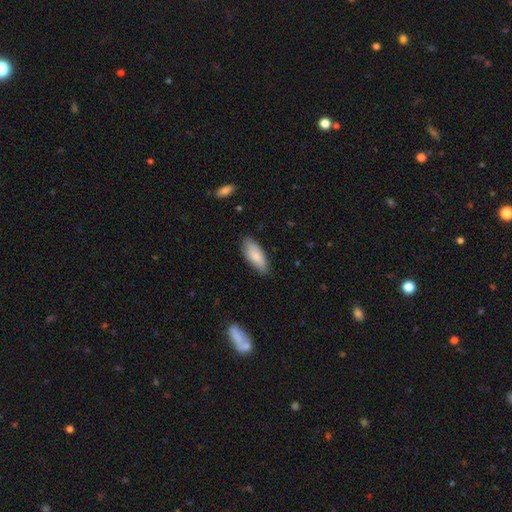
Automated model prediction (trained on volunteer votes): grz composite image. It shows a smooth galaxy with no disk features (82%) that is in between round and cigar-shaped (74%). Merging: none (82%).